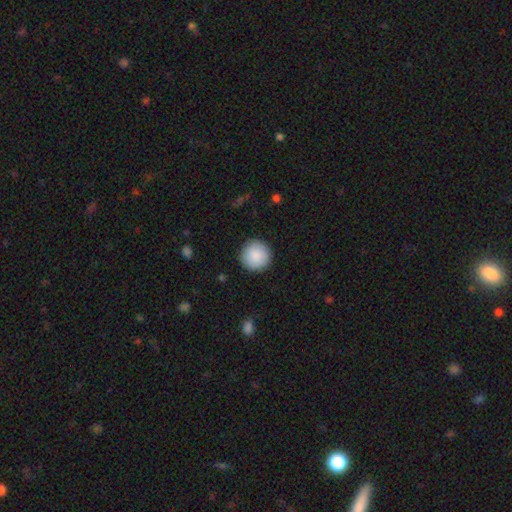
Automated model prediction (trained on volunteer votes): This appears to be a smooth galaxy with no disk features (89%) that is round (96%). Merging: none (92%).